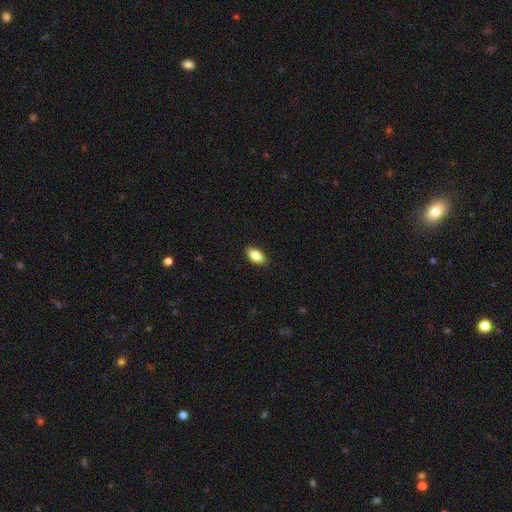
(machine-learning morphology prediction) A smooth galaxy with no disk features (86%) that is in between round and cigar-shaped (91%).

Vote fractions:
- Smooth or featured? smooth: 86% / star or artifact: 7% / featured or disk: 7%
- How rounded? in between: 91% / cigar-shaped: 5% / round: 4%
- Merging? none: 89% / minor disturbance: 8% / major disturbance: 2% / merger: 1%